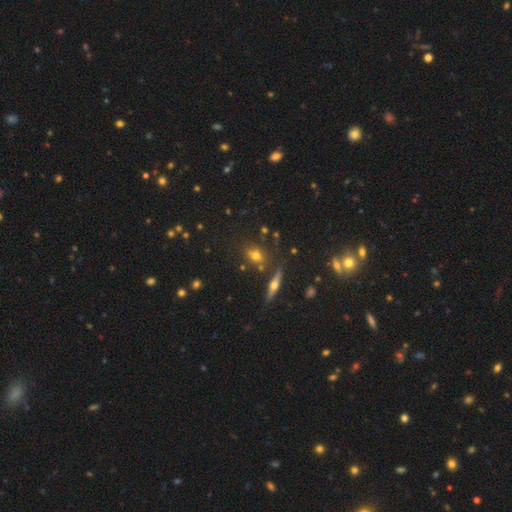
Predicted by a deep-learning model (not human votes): Overall: smooth (62%; featured or disk 22%). How rounded: in between (51%; round 42%). Merging: none (73%).